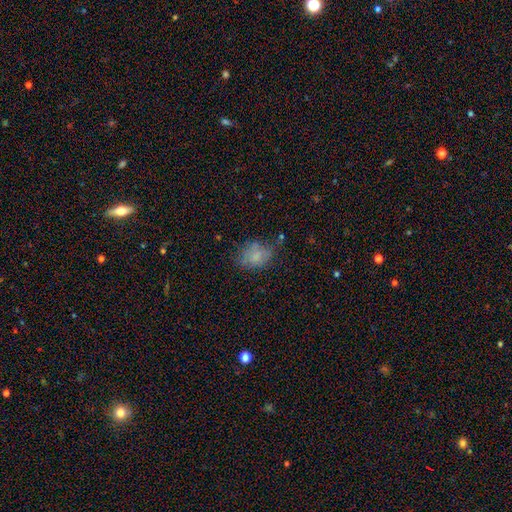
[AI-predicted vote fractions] Smooth or featured: smooth — 65% (featured or disk — 22%)
How rounded: in between — 66% (round — 33%)
Merging: none — 54% (minor disturbance — 27%)